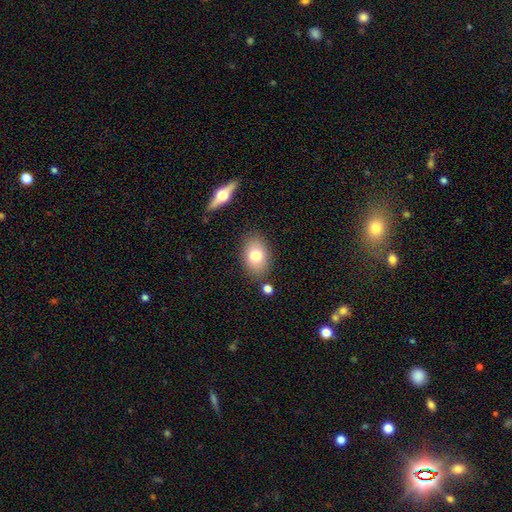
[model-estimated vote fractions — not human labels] Overall: smooth (76%). How rounded: in between (81%). Merging: none (81%).